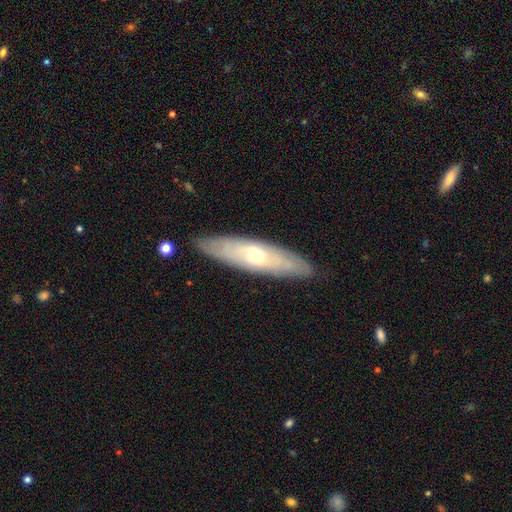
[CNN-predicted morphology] The model was most divided on "edge-on disk": no: 61%, yes: 39%. More confident: merging — none (86%); smooth or featured — featured or disk (59%).